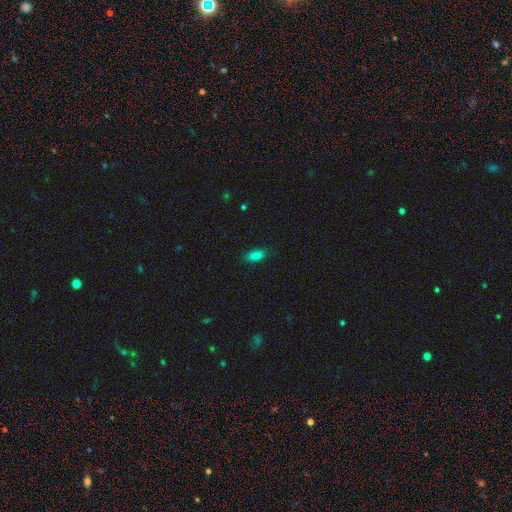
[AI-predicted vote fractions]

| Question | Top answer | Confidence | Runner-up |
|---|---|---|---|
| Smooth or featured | smooth | 84% | star or artifact (11%) |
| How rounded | in between | 83% | cigar-shaped (14%) |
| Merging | none | 83% | minor disturbance (13%) |